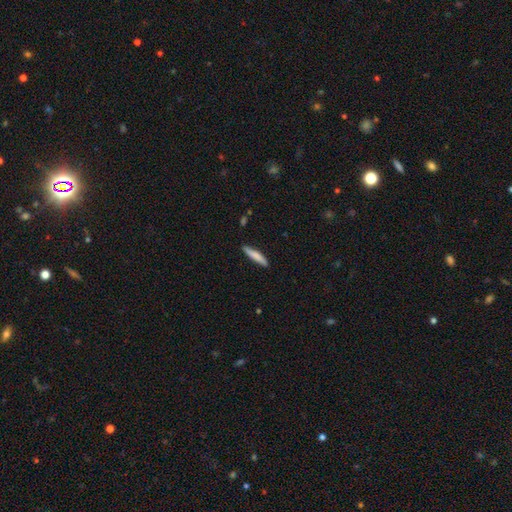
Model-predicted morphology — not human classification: Q: Smooth or featured?
A: smooth (78%); runner-up: featured or disk (17%)
Q: How rounded?
A: cigar-shaped (91%); runner-up: in between (7%)
Q: Merging?
A: none (87%); runner-up: minor disturbance (10%)